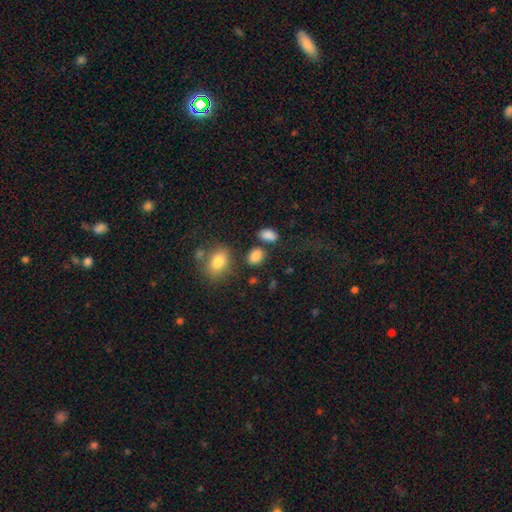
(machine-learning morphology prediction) A smooth galaxy with no disk features (83%) that is in between round and cigar-shaped (63%).

Vote fractions:
- Smooth or featured? smooth: 83% / star or artifact: 11% / featured or disk: 6%
- How rounded? in between: 63% / round: 35% / cigar-shaped: 2%
- Merging? none: 71% / minor disturbance: 13% / merger: 11% / major disturbance: 5%